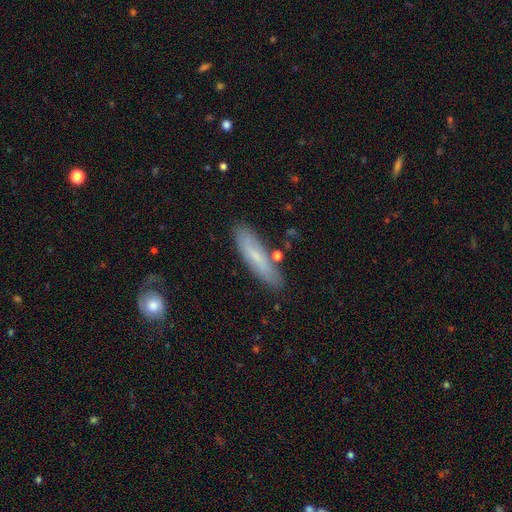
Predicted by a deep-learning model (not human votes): Smooth or featured?
  - smooth: 63% *
  - featured or disk: 30%
  - star or artifact: 7%
How rounded?
  - cigar-shaped: 74% *
  - in between: 24%
  - round: 2%
Merging?
  - none: 82% *
  - minor disturbance: 13%
  - merger: 3%
  - major disturbance: 3%